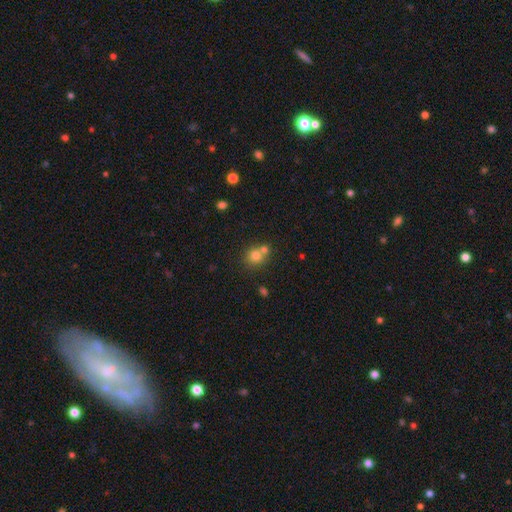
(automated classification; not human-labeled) The model was most divided on "merging": none: 50%, merger: 40%, minor disturbance: 8%, major disturbance: 3%. More confident: how rounded — round (83%); smooth or featured — smooth (76%).